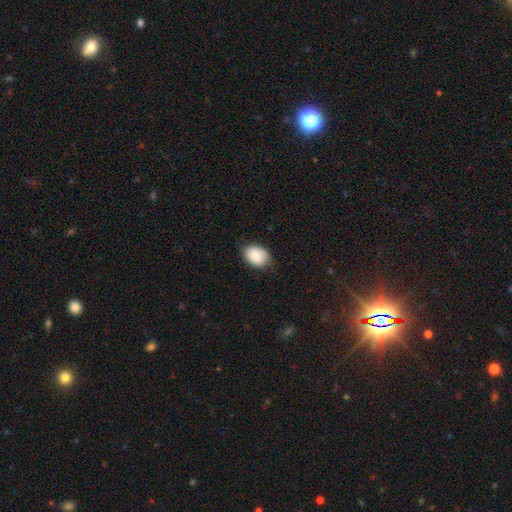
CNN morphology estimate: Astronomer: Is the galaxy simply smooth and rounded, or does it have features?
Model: smooth — 84%.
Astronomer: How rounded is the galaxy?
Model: in between — 82%.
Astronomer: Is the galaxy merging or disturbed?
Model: none — 77%.